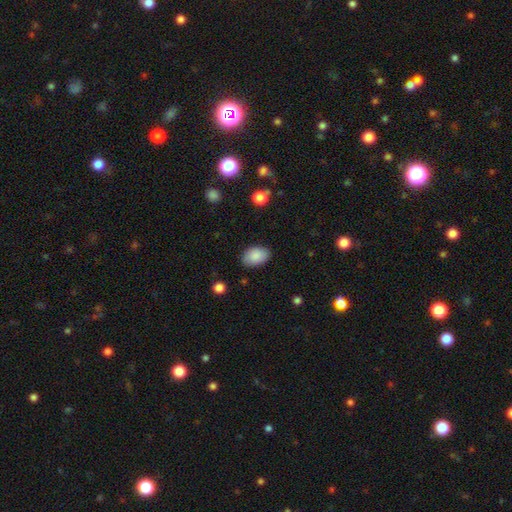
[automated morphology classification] type=smooth (88%); roundness=in between (85%); merging=none (83%).